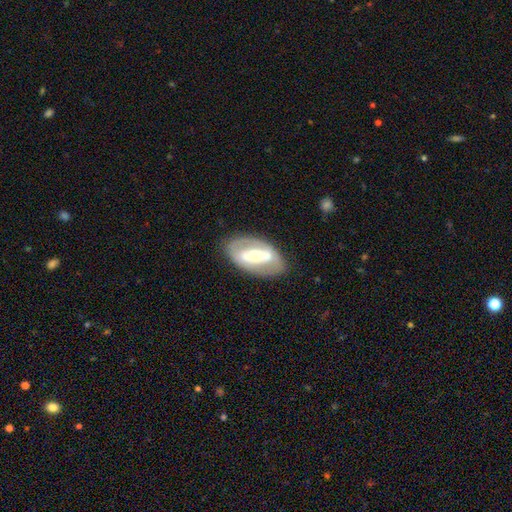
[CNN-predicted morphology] Smooth or featured?
  - featured or disk: 70% *
  - smooth: 24%
  - star or artifact: 6%
Edge-on disk?
  - no: 89% *
  - yes: 11%
Bar?
  - strong: 64% *
  - weak: 22%
  - no: 14%
Spiral arms?
  - no: 59% *
  - yes: 41%
Bulge size?
  - moderate: 54% *
  - small: 32%
  - large: 10%
  - dominant: 2%
  - none: 2%
Merging?
  - none: 79% *
  - minor disturbance: 13%
  - major disturbance: 6%
  - merger: 2%